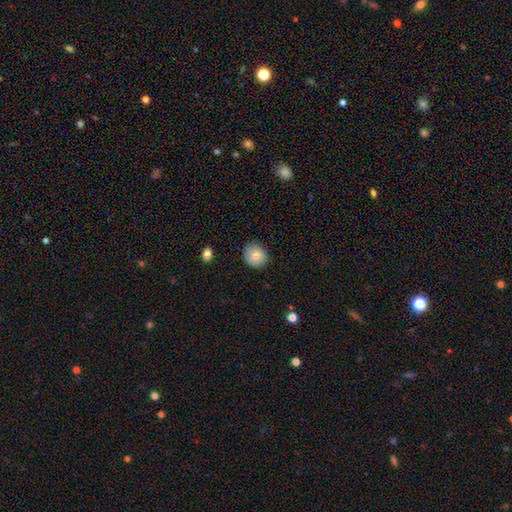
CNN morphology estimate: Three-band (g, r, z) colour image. It shows a smooth galaxy with no disk features (77%) that is round (79%). Merging: none (83%).